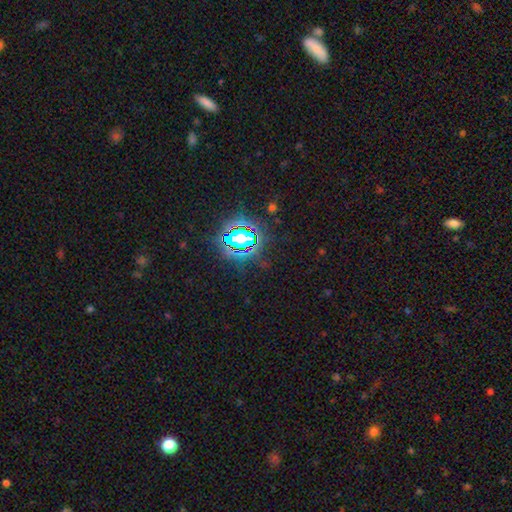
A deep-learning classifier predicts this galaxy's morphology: Smooth or featured? star or artifact (79%)